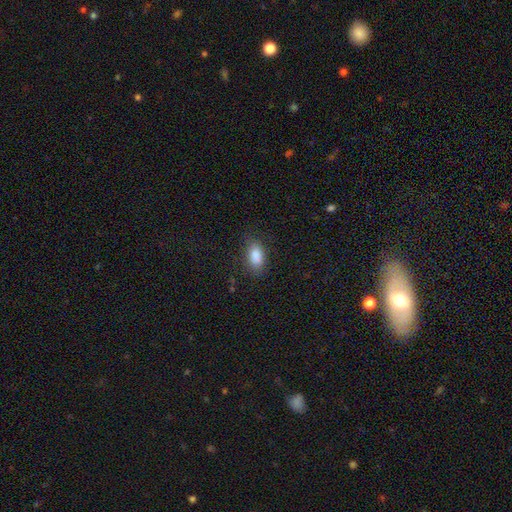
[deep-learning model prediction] smooth-or-featured: smooth: 86% | star or artifact: 8% | featured or disk: 6%
  how-rounded: in between: 89% | round: 6% | cigar-shaped: 5%
  merging: none: 75% | minor disturbance: 18% | major disturbance: 5% | merger: 1%